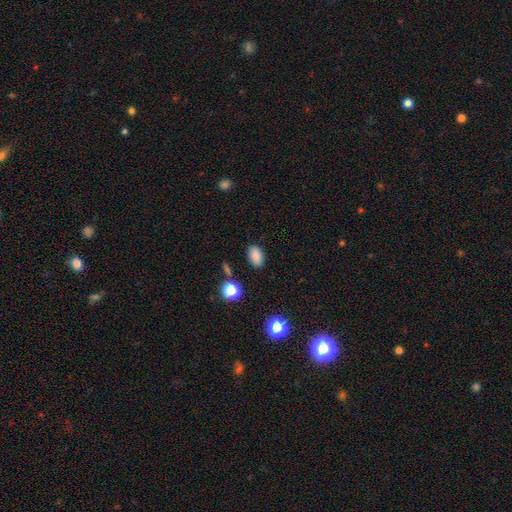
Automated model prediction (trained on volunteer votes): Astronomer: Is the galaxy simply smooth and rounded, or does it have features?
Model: smooth — 84%.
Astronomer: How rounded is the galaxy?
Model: in between — 87%.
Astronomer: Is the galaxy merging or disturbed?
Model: none — 85%.